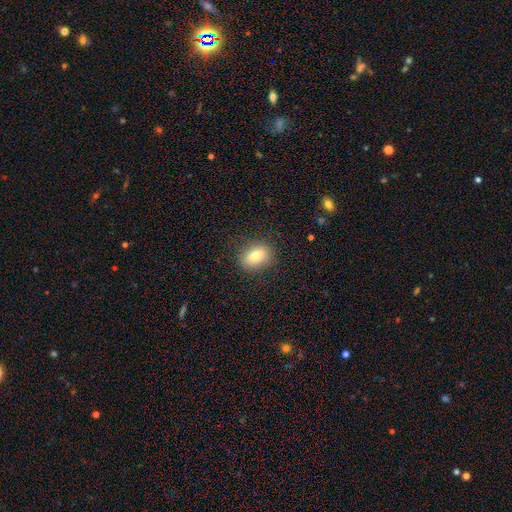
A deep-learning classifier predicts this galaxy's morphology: A smooth galaxy with no disk features (76%) that is in between round and cigar-shaped (73%).

Vote fractions:
- Smooth or featured? smooth: 76% / featured or disk: 15% / star or artifact: 9%
- How rounded? in between: 73% / round: 24% / cigar-shaped: 3%
- Merging? none: 85% / minor disturbance: 11% / major disturbance: 3% / merger: 1%